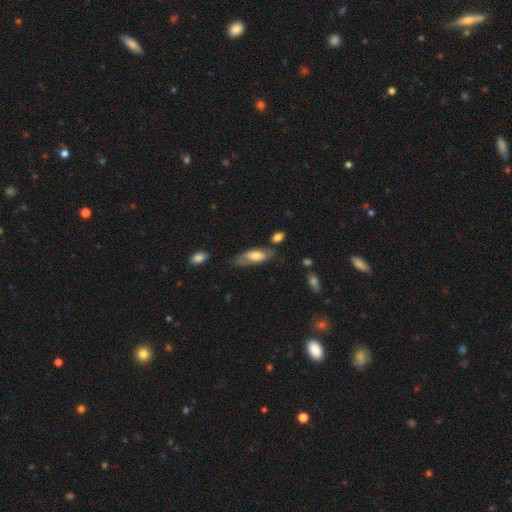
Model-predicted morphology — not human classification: smooth-or-featured: smooth: 57% | featured or disk: 36% | star or artifact: 6%
  how-rounded: in between: 76% | cigar-shaped: 21% | round: 2%
  merging: none: 57% | minor disturbance: 27% | major disturbance: 10% | merger: 6%